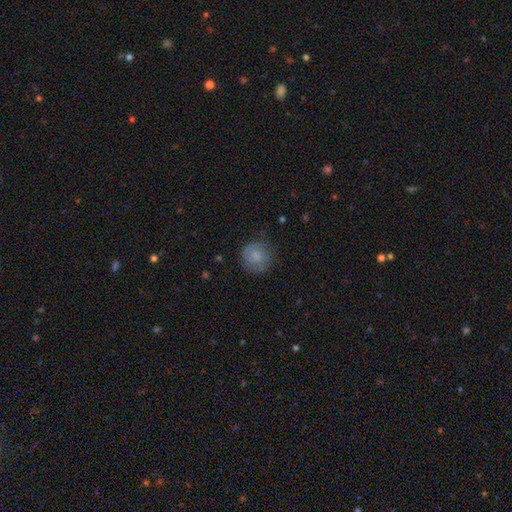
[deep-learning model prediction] Q: Smooth or featured?
A: smooth (69%); runner-up: featured or disk (23%)
Q: How rounded?
A: round (89%); runner-up: in between (10%)
Q: Merging?
A: none (74%); runner-up: minor disturbance (19%)